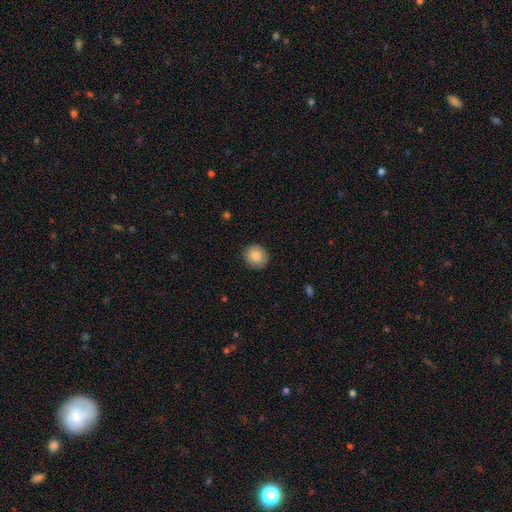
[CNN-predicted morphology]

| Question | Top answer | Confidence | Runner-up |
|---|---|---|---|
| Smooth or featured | smooth | 85% | star or artifact (8%) |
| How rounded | round | 78% | in between (22%) |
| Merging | none | 88% | minor disturbance (9%) |